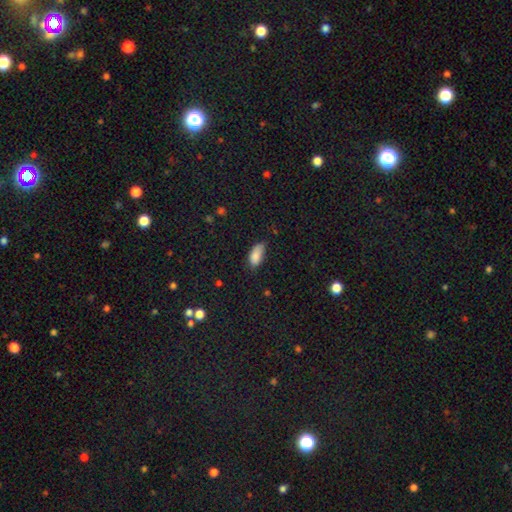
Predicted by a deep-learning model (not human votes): Smooth or featured? smooth (86%)
How rounded? in between (90%)
Merging? none (55%)